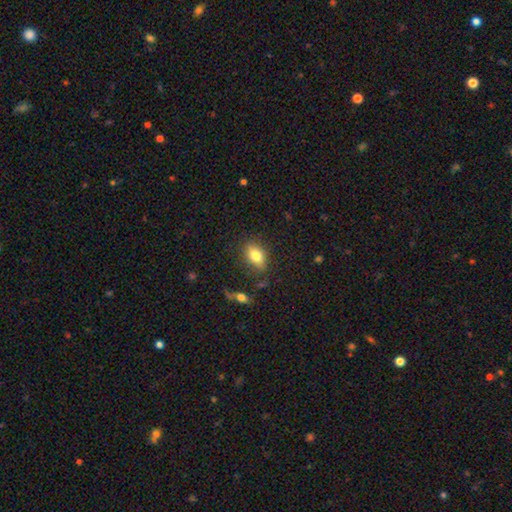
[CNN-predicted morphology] Smooth or featured? smooth (79%)
How rounded? in between (83%)
Merging? none (79%)